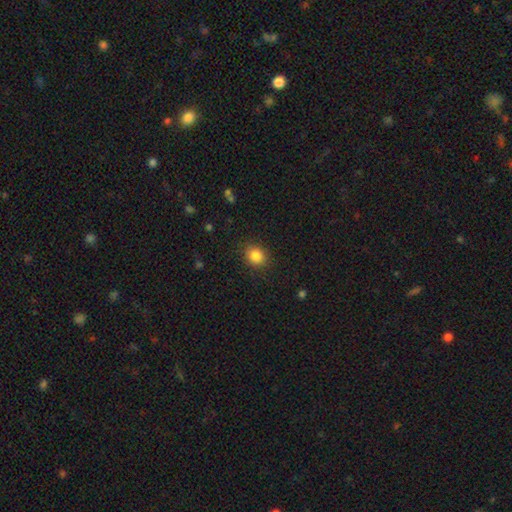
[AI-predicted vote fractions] Smooth or featured? Predicted: smooth (p=0.85). How rounded? Predicted: round (p=0.70). Merging? Predicted: none (p=0.87).